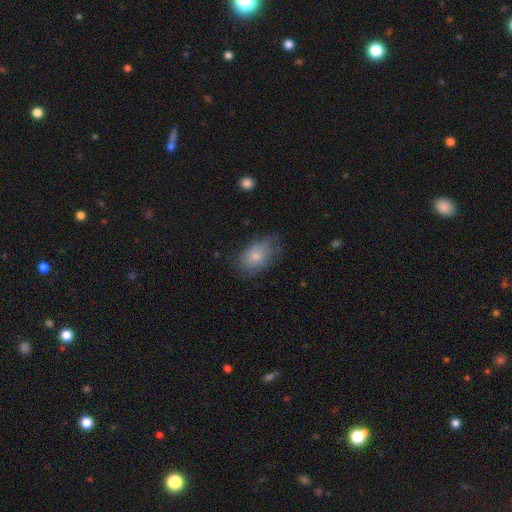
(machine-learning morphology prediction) Smooth or featured: smooth — 74% (featured or disk — 18%)
How rounded: in between — 86% (round — 13%)
Merging: none — 54% (minor disturbance — 32%)